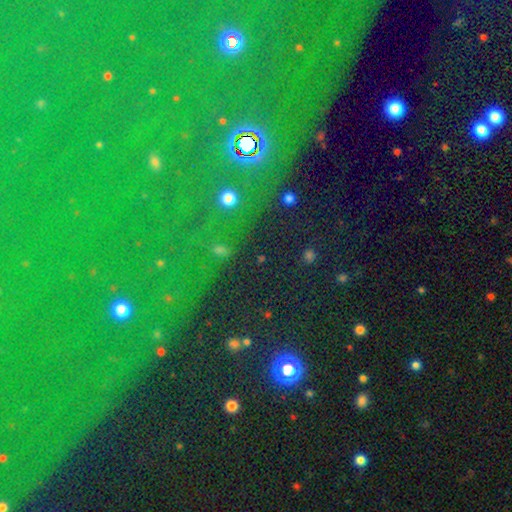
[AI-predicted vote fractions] Overall: star or artifact (77%).